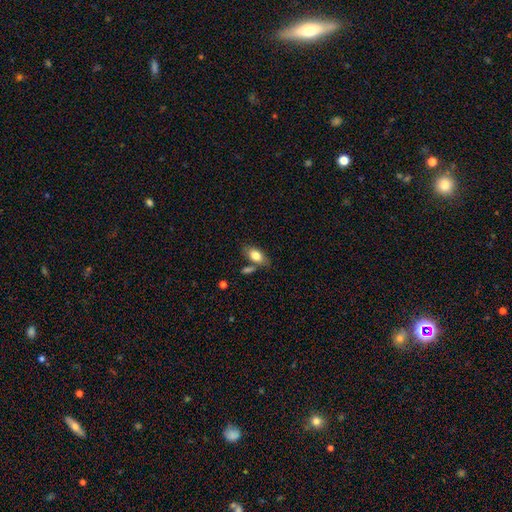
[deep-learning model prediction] smooth-or-featured: smooth: 80% | featured or disk: 14% | star or artifact: 7%
  how-rounded: in between: 90% | round: 5% | cigar-shaped: 5%
  merging: none: 65% | merger: 16% | minor disturbance: 15% | major disturbance: 4%